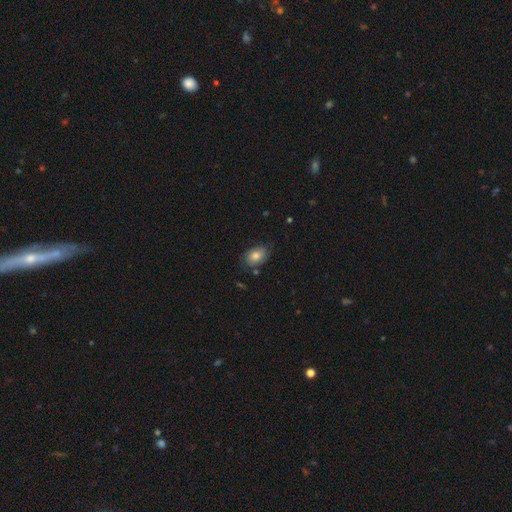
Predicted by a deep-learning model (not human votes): Q: Smooth or featured?
A: smooth (70%); runner-up: featured or disk (21%)
Q: How rounded?
A: in between (81%); runner-up: round (17%)
Q: Merging?
A: none (71%); runner-up: minor disturbance (21%)